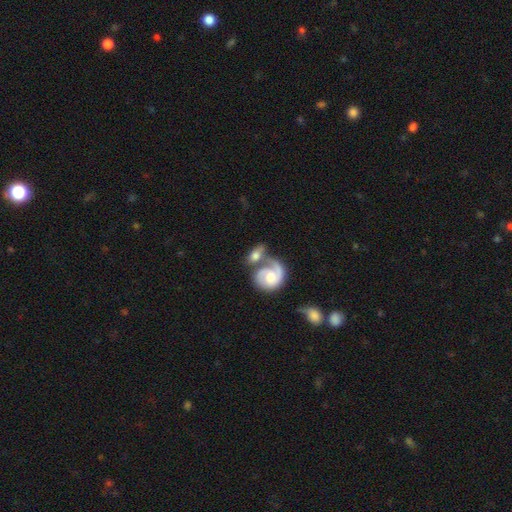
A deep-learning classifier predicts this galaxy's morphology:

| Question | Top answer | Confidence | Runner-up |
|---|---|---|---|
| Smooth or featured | featured or disk | 55% | smooth (39%) |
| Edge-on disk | no | 93% | yes (7%) |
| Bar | no | 63% | weak (30%) |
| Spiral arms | yes | 79% | no (21%) |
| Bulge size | moderate | 55% | small (22%) |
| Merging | merger | 49% | none (29%) |